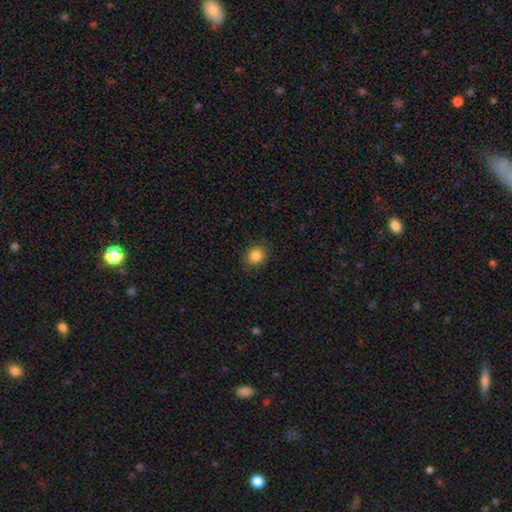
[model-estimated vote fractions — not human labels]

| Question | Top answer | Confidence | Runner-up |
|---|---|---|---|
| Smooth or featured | smooth | 85% | star or artifact (10%) |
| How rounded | round | 82% | in between (17%) |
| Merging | none | 90% | minor disturbance (7%) |